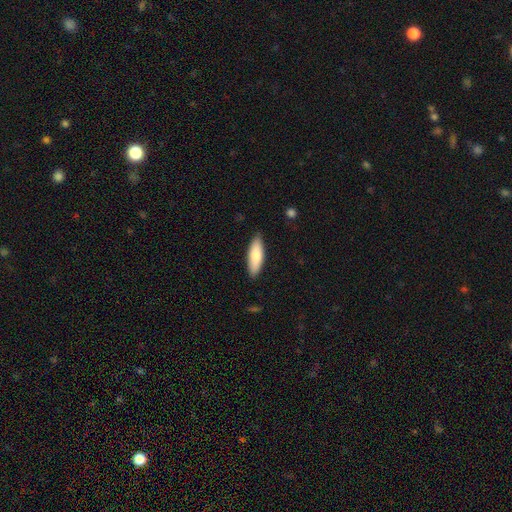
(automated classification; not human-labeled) This appears to be a smooth galaxy with no disk features (80%) that is in between round and cigar-shaped (57%). Merging: none (86%).